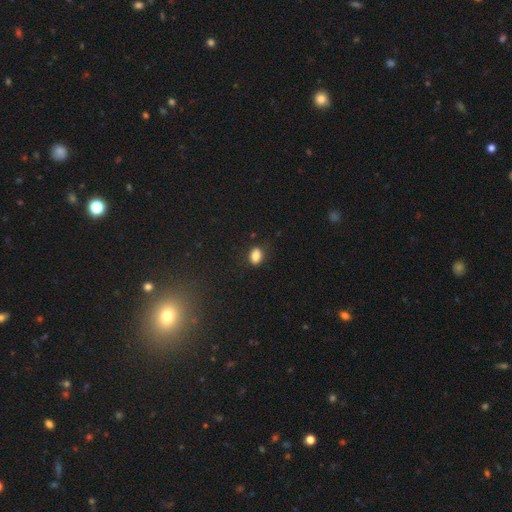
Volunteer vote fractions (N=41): Overall: smooth (88%). How rounded: in between (72%). Merging: none (79%).